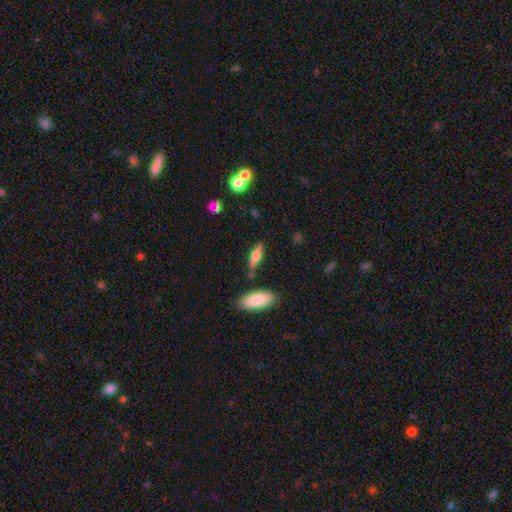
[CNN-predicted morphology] Smooth or featured? smooth (60%)
How rounded? cigar-shaped (56%)
Merging? none (79%)